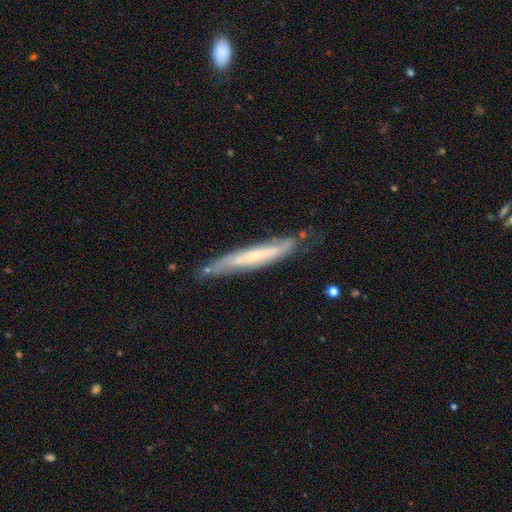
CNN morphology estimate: type=featured or disk (61%); edge-on=yes (69%); merging=none (66%).